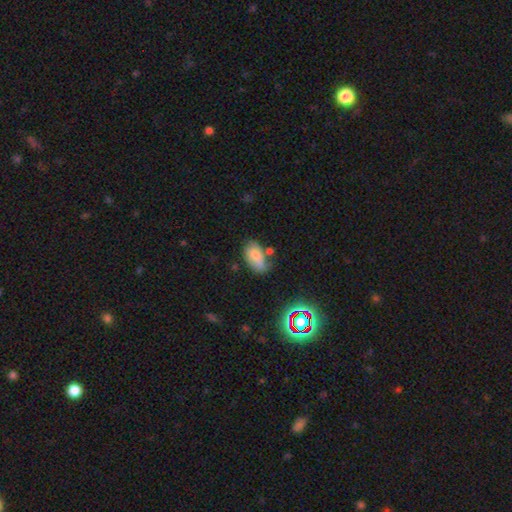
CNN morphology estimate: Smooth or featured?
  - smooth: 75% *
  - featured or disk: 14%
  - star or artifact: 11%
How rounded?
  - in between: 92% *
  - round: 5%
  - cigar-shaped: 3%
Merging?
  - none: 48% *
  - minor disturbance: 29%
  - merger: 13%
  - major disturbance: 9%